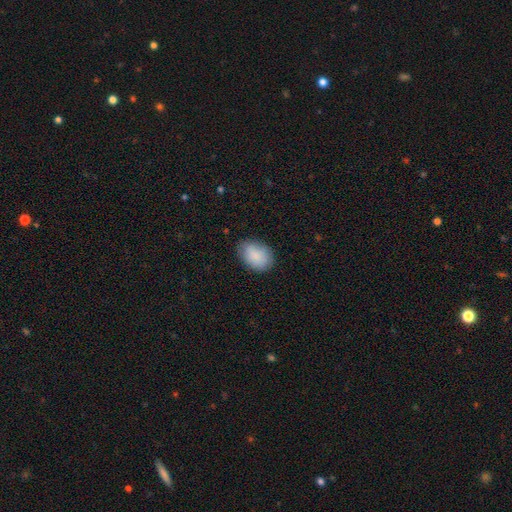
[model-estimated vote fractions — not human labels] Smooth or featured?
  - smooth: 87% *
  - star or artifact: 7%
  - featured or disk: 6%
How rounded?
  - in between: 82% *
  - round: 17%
  - cigar-shaped: 1%
Merging?
  - none: 75% *
  - minor disturbance: 20%
  - major disturbance: 4%
  - merger: 1%